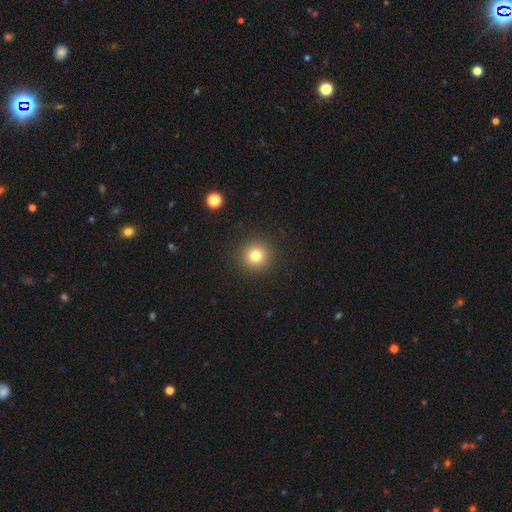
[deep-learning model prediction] smooth-or-featured: smooth: 78% | star or artifact: 13% | featured or disk: 8%
  how-rounded: round: 95% | in between: 4% | cigar-shaped: 1%
  merging: none: 91% | minor disturbance: 5% | major disturbance: 2% | merger: 1%